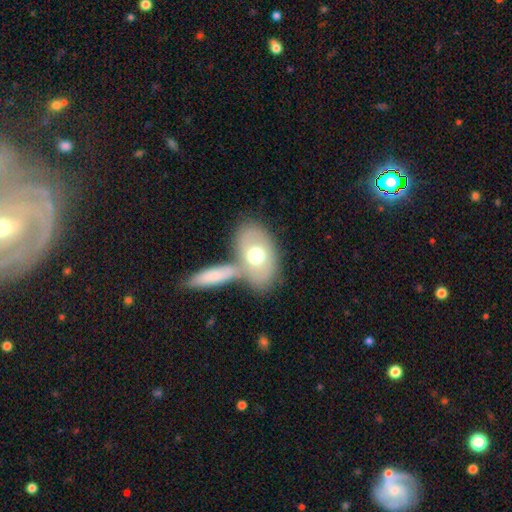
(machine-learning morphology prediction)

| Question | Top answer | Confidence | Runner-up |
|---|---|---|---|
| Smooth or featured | smooth | 59% | featured or disk (35%) |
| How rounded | in between | 84% | round (12%) |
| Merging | none | 42% | merger (40%) |